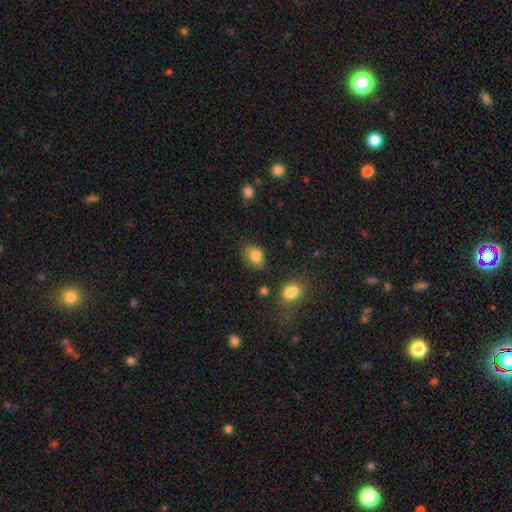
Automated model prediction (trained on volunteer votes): A smooth galaxy with no disk features (83%) that is in between round and cigar-shaped (68%). Merging: none (66%).